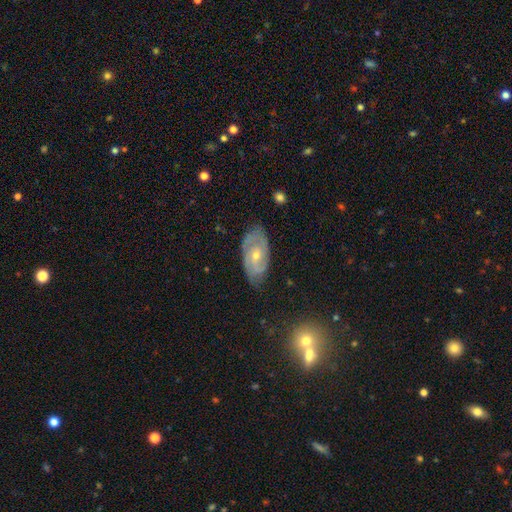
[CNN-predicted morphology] A featured or disk galaxy (79%) with no bar (61%), 2 (54%) tight (61%) spiral arms (90%) and a small central bulge (55%). Merging: none (78%).